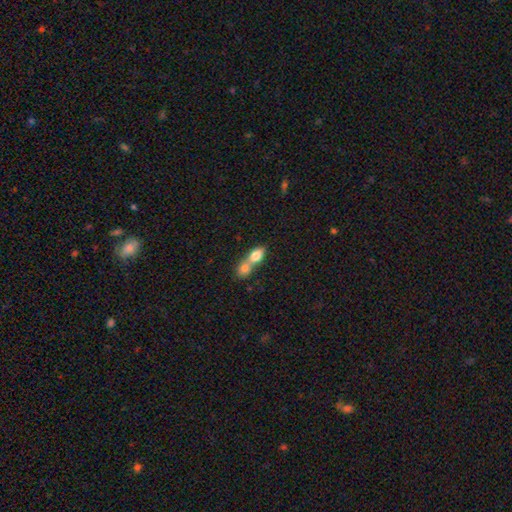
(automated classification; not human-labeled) smooth_or_featured: smooth (p=0.76) [alt: featured or disk p=0.16]
how_rounded: in between (p=0.69) [alt: round p=0.24]
merging: merger (p=0.76) [alt: none p=0.16]